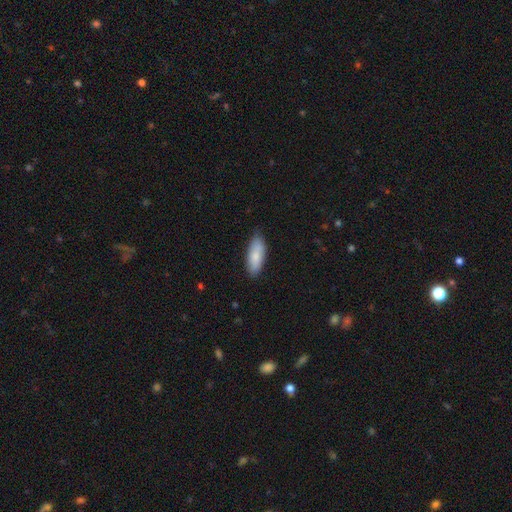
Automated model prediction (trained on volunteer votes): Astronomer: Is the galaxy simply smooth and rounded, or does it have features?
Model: smooth — 81%.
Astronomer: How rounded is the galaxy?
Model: in between — 76%.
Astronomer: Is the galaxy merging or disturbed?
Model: none — 81%.